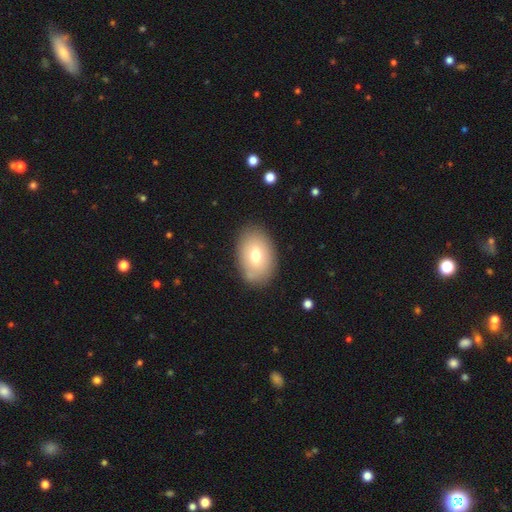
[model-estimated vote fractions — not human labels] This is likely a smooth galaxy (70%). How rounded: clearly in between (85%). Merging: clearly none (83%).